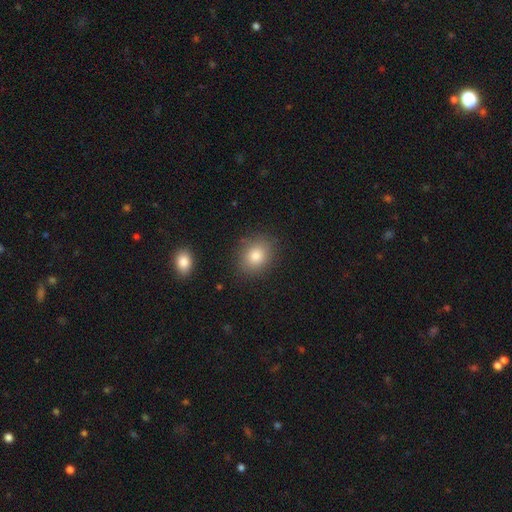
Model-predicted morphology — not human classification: A smooth galaxy with no disk features (83%) that is round (52%).

Vote fractions:
- Smooth or featured? smooth: 83% / star or artifact: 10% / featured or disk: 8%
- How rounded? round: 52% / in between: 47% / cigar-shaped: 1%
- Merging? none: 85% / minor disturbance: 10% / major disturbance: 3% / merger: 2%